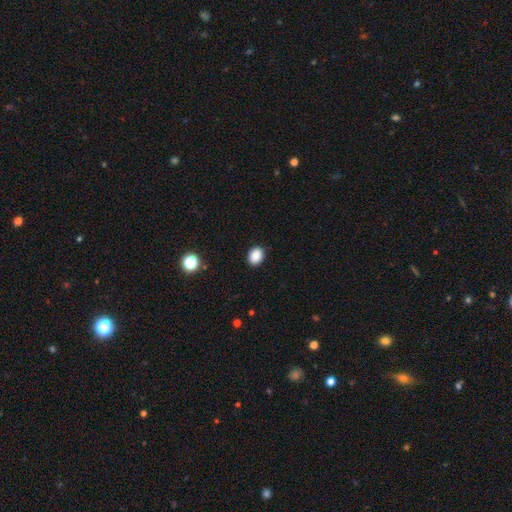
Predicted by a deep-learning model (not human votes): Overall: smooth (88%). How rounded: in between (59%; round 40%). Merging: none (90%).